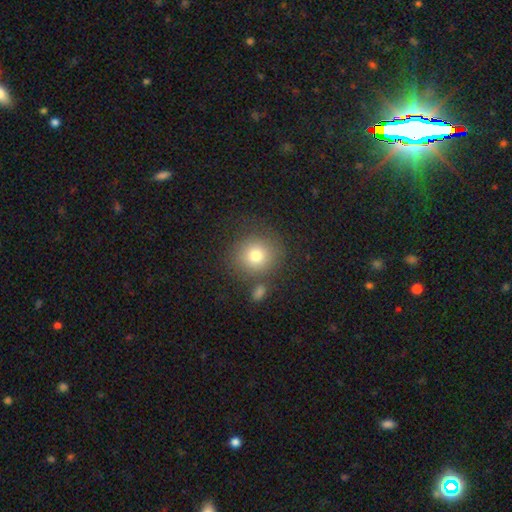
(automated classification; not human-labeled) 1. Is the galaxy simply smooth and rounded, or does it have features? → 77% smooth, 12% star or artifact, 11% featured or disk.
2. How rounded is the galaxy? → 90% round, 9% in between, 1% cigar-shaped.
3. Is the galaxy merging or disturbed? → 76% none, 11% minor disturbance, 8% merger, 5% major disturbance.